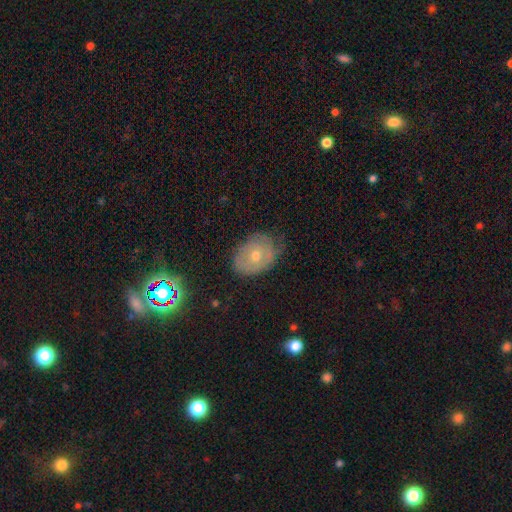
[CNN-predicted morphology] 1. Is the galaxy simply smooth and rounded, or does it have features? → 43% featured or disk, 42% smooth, 14% star or artifact.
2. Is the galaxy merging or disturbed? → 64% none, 26% minor disturbance, 8% major disturbance, 1% merger.